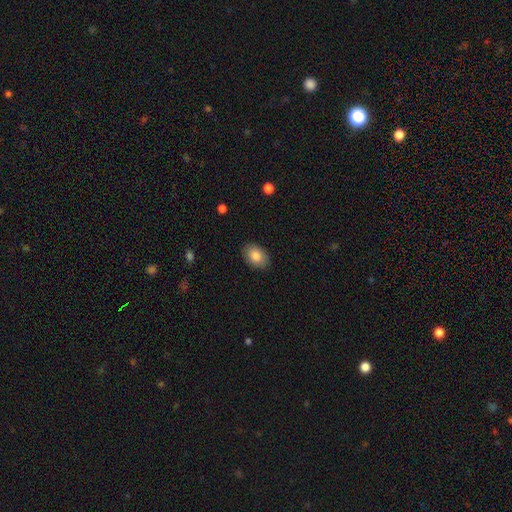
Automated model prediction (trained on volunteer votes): Q: Smooth or featured?
A: smooth (86%); runner-up: featured or disk (7%)
Q: How rounded?
A: in between (83%); runner-up: round (15%)
Q: Merging?
A: none (87%); runner-up: minor disturbance (9%)